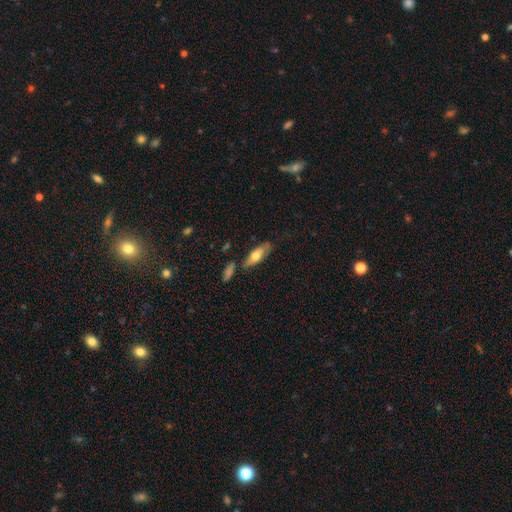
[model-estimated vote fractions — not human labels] Overall: smooth (55%; featured or disk 39%). How rounded: in between (62%; cigar-shaped 35%). Merging: none (66%).